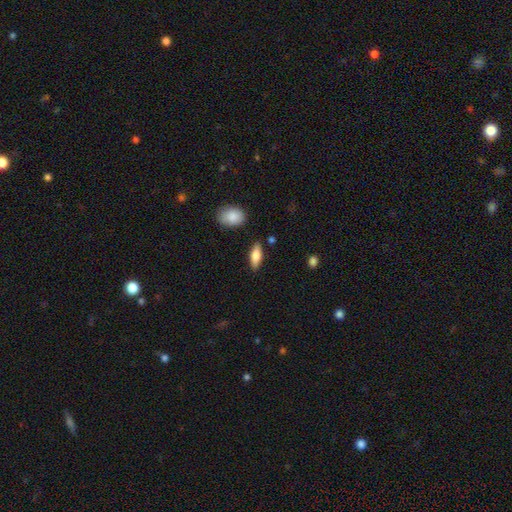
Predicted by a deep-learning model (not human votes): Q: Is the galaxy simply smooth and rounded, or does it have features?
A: smooth — 63%.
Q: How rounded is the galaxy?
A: in between — 64%.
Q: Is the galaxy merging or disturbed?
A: none — 84%.